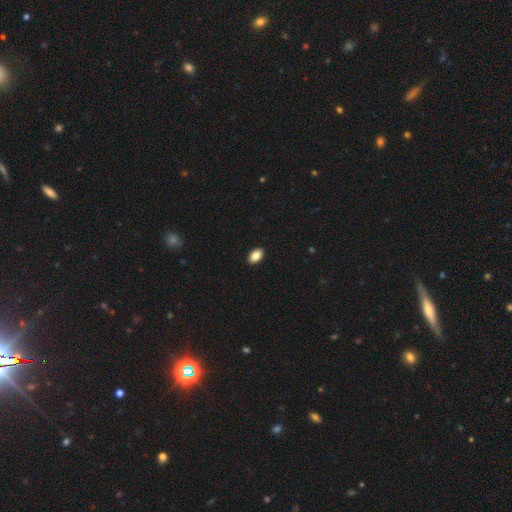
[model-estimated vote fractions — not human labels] Smooth or featured? Predicted: smooth (p=0.86). How rounded? Predicted: in between (p=0.92). Merging? Predicted: none (p=0.91).